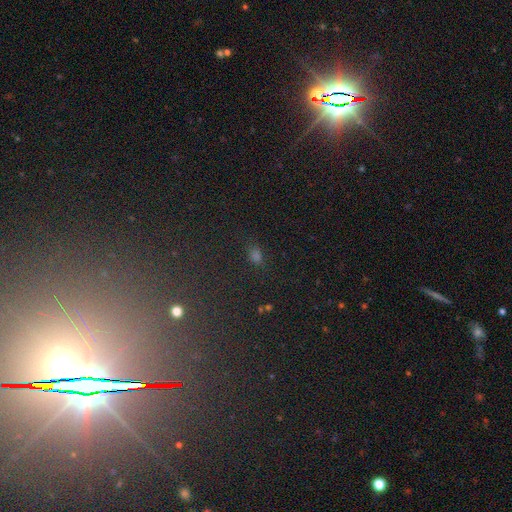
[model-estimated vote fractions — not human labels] A smooth galaxy with no disk features (54%) that is in between round and cigar-shaped (70%). Merging: none (76%).